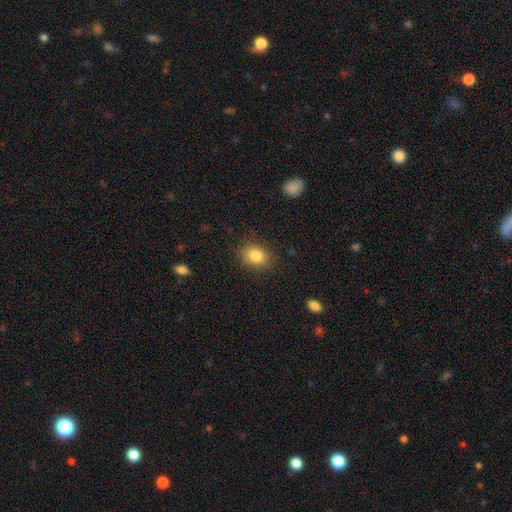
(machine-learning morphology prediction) smooth 84%, star or artifact 10%, featured or disk 7%. Down the decision tree: how rounded — in between (54%); merging — none (84%).